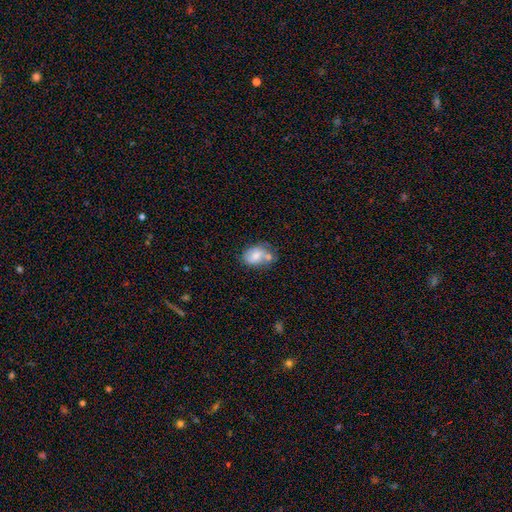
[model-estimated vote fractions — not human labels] This appears to be a smooth galaxy with no disk features (70%) that is in between round and cigar-shaped (79%). Merging: none (38%).